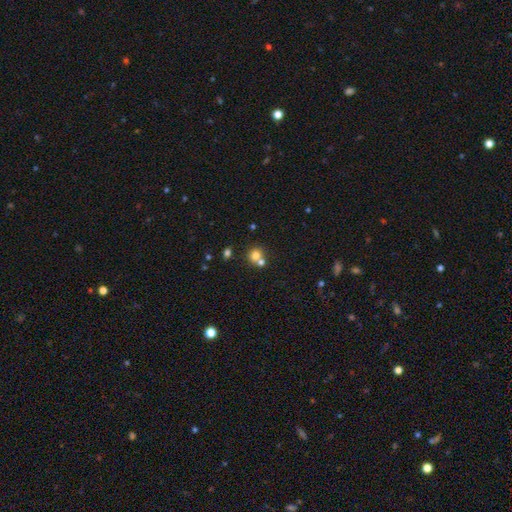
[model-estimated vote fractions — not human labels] Overall: smooth (73%). How rounded: round (86%). Merging: none (52%; merger 38%).